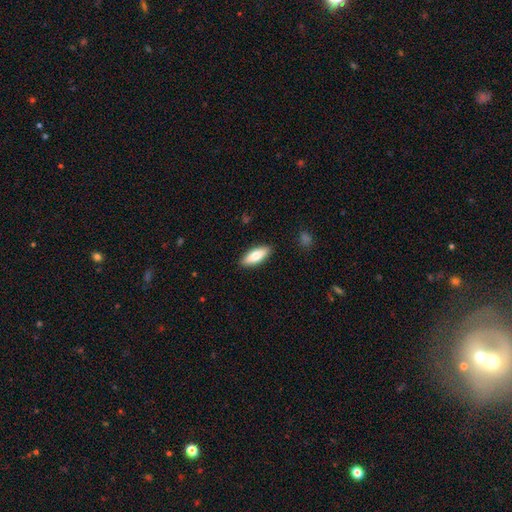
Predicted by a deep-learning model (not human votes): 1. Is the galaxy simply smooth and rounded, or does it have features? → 77% smooth, 17% featured or disk, 6% star or artifact.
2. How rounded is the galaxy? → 68% in between, 30% cigar-shaped, 2% round.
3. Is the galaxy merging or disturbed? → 89% none, 8% minor disturbance, 2% major disturbance, 1% merger.